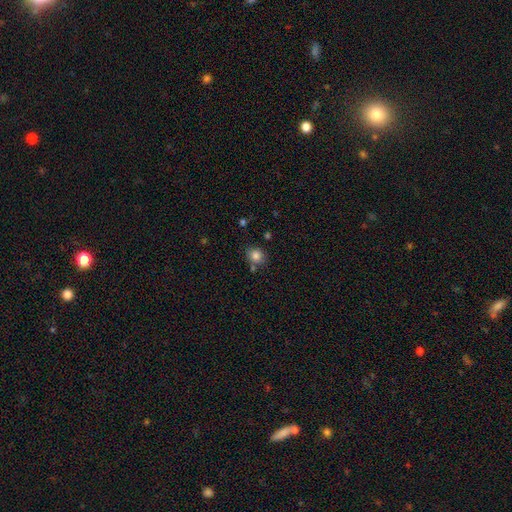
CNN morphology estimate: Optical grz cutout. It shows a smooth galaxy with no disk features (82%) that is round (74%). Merging: none (74%).